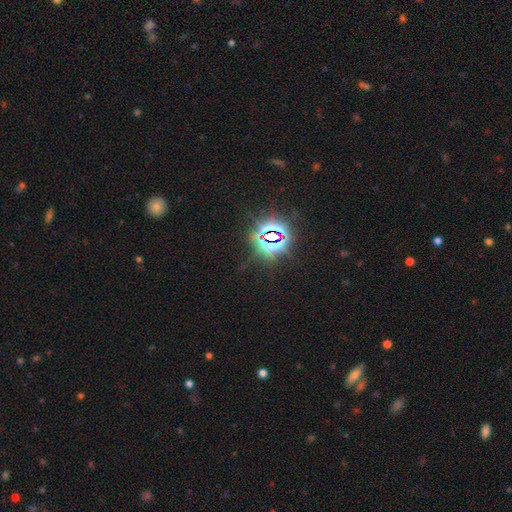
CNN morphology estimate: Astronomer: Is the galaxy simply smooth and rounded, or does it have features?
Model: star or artifact — 83%.